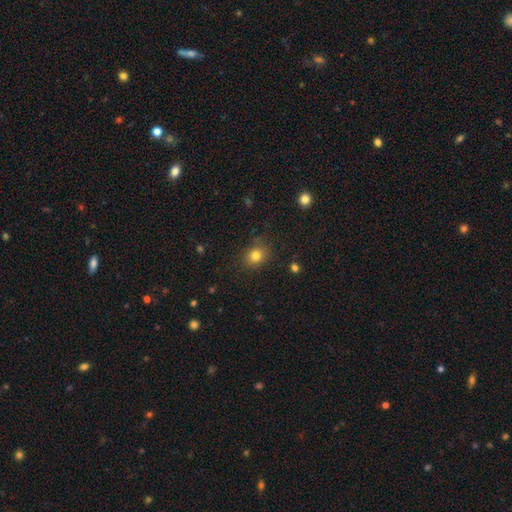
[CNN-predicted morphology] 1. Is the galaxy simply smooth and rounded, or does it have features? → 81% smooth, 13% star or artifact, 6% featured or disk.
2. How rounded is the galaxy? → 67% round, 32% in between, 1% cigar-shaped.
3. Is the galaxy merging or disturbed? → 83% none, 12% minor disturbance, 3% major disturbance, 1% merger.